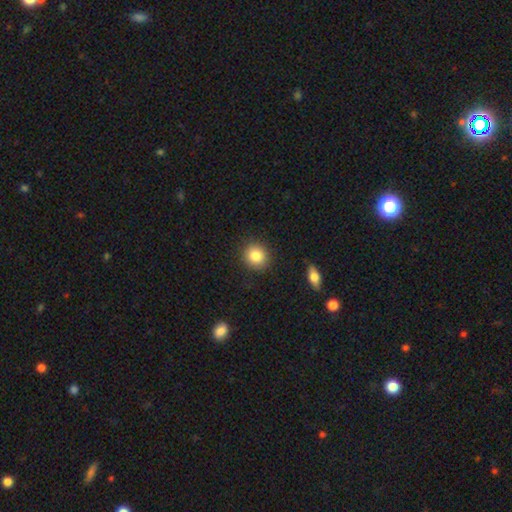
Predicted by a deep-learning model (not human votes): The model was most divided on "how rounded": round: 86%, in between: 13%, cigar-shaped: 1%. More confident: merging — none (89%); smooth or featured — smooth (84%).